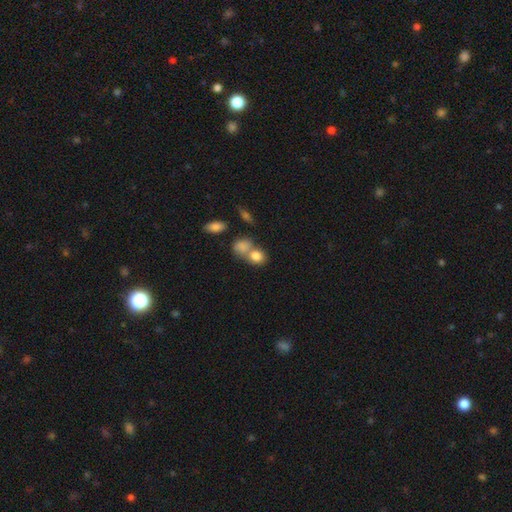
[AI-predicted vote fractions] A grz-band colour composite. It shows a smooth galaxy with no disk features (81%) that is round (57%). Merging: merger (47%).